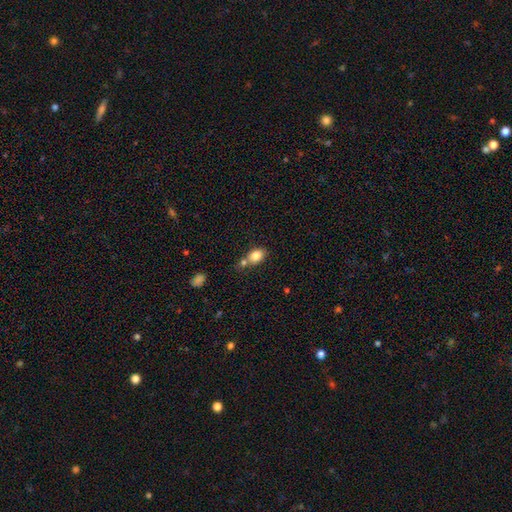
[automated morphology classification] The model was most divided on "merging": none: 48%, merger: 34%, minor disturbance: 14%, major disturbance: 5%. More confident: smooth or featured — smooth (82%); how rounded — in between (68%).